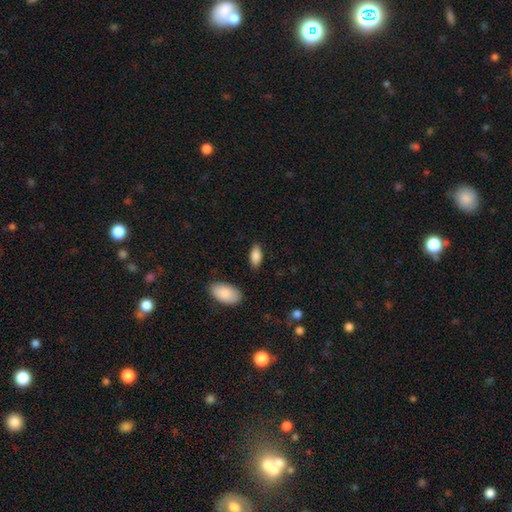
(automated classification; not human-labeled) Smooth or featured? smooth (87%)
How rounded? in between (88%)
Merging? none (85%)